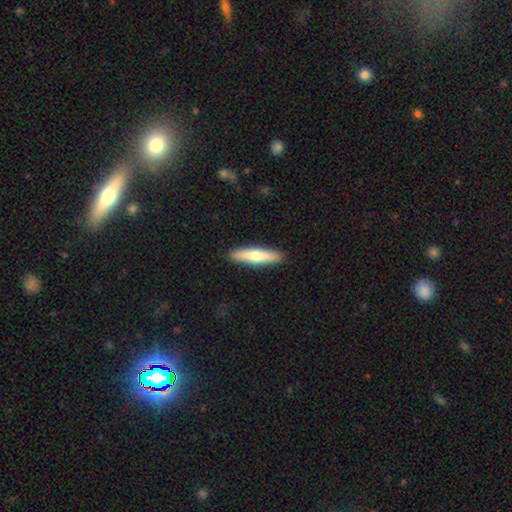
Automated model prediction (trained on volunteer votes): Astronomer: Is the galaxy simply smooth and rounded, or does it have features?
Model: smooth — 63%.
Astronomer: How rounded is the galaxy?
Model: cigar-shaped — 81%.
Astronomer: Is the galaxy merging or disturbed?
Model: none — 91%.